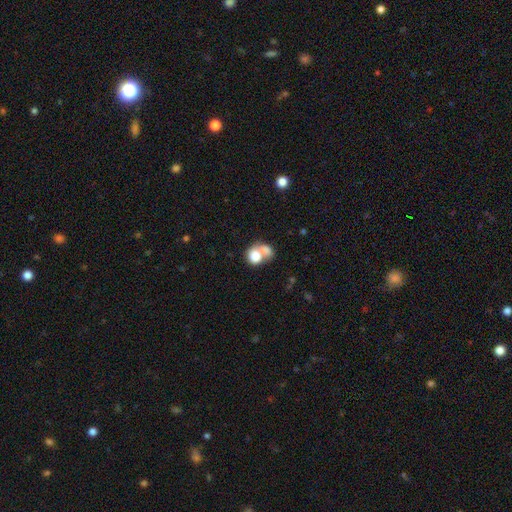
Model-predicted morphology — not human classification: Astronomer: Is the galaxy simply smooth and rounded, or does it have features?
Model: smooth — 75%.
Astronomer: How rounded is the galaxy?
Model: round — 58% (runner-up: in between, 41%).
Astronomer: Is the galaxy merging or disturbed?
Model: merger — 63%.